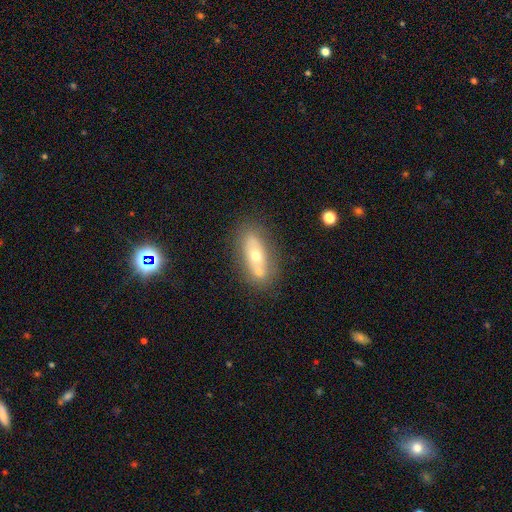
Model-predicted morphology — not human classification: Q: Smooth or featured?
A: smooth (50%); runner-up: featured or disk (42%)
Q: Merging?
A: none (61%); runner-up: merger (20%)